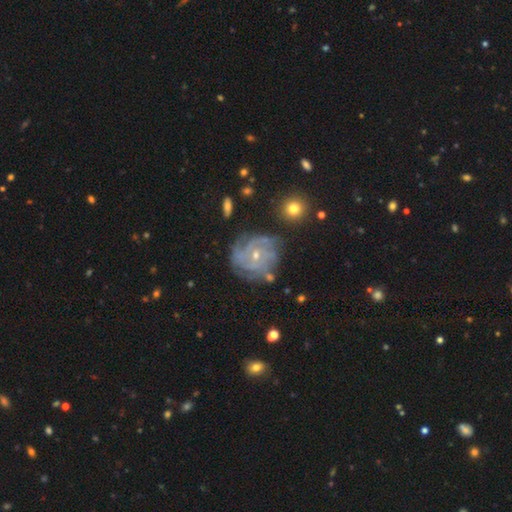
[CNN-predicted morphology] A featured or disk galaxy (84%) with no bar (68%), tight (68%) spiral arms (95%) and a small central bulge (64%).

Vote fractions:
- Smooth or featured? featured or disk: 84% / smooth: 9% / star or artifact: 7%
- Edge-on disk? no: 97% / yes: 3%
- Bar? no: 68% / weak: 27% / strong: 5%
- Spiral arms? yes: 95% / no: 5%
- Spiral winding? tight: 68% / medium: 27% / loose: 6%
- Spiral arm count? can't tell: 31% / 3: 23% / 4: 20% / 2: 12% / more than 4: 8% / 1: 6%
- Bulge size? small: 64% / moderate: 33% / none: 1% / large: 1% / dominant: 1%
- Merging? none: 69% / minor disturbance: 20% / major disturbance: 8% / merger: 3%